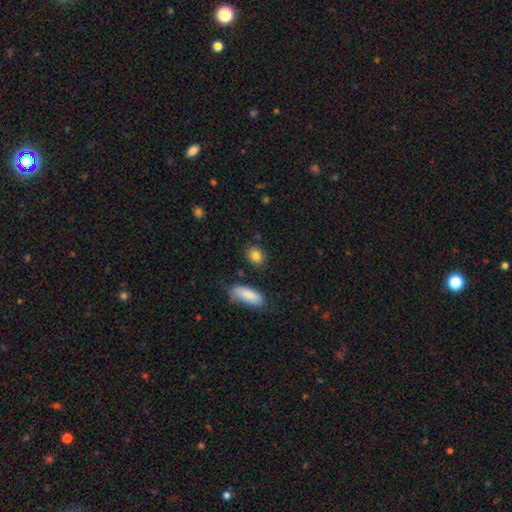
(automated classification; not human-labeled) Smooth or featured? smooth (85%)
How rounded? in between (50%)
Merging? none (82%)